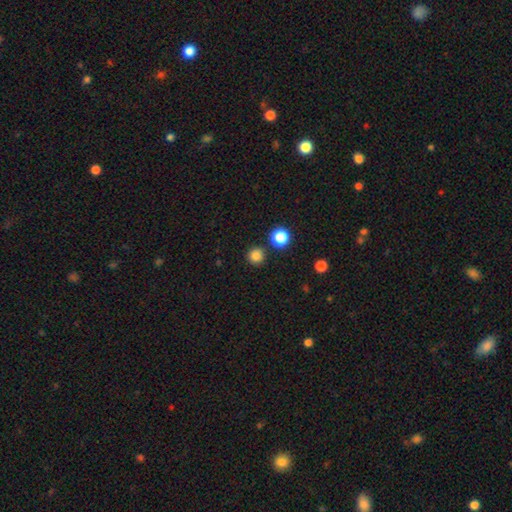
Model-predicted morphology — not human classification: A smooth galaxy with no disk features (83%) that is round (95%). Merging: none (88%).